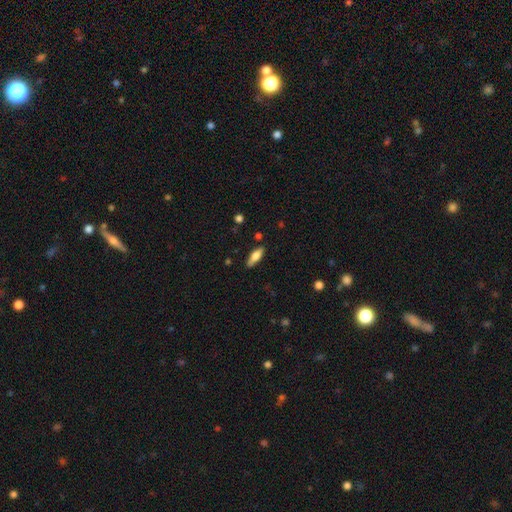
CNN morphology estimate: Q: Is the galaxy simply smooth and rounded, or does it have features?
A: smooth — 66%.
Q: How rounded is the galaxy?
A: in between — 59%.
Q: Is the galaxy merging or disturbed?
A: none — 82%.